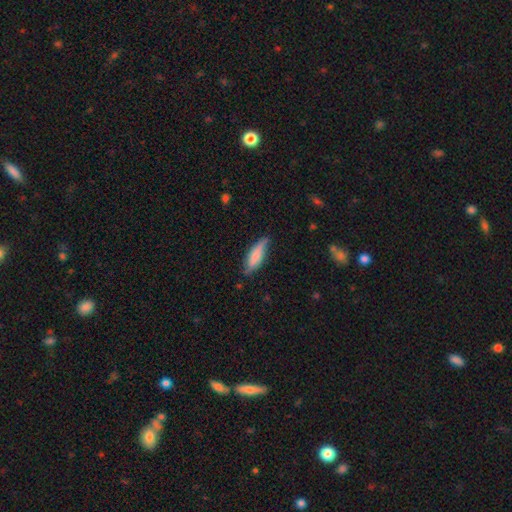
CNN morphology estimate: Q: Smooth or featured?
A: smooth (72%); runner-up: featured or disk (21%)
Q: How rounded?
A: cigar-shaped (49%); tied with: in between (49%)
Q: Merging?
A: none (67%); runner-up: minor disturbance (26%)